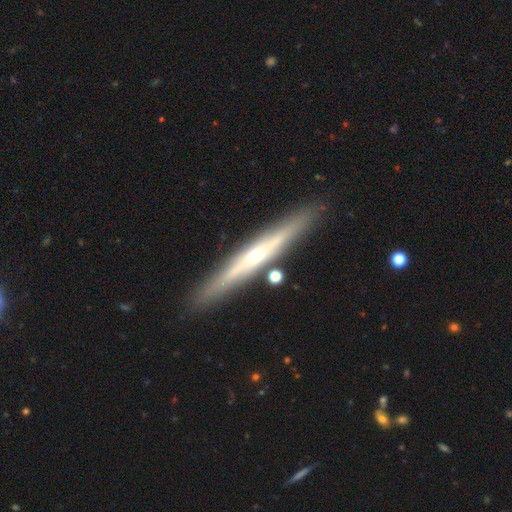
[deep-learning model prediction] smooth-or-featured: featured or disk: 69% | smooth: 24% | star or artifact: 6%
  disk-edge-on: yes: 93% | no: 7%
    edge-on-bulge: rounded: 72% | none: 24% | boxy: 3%
  merging: none: 87% | minor disturbance: 8% | merger: 3% | major disturbance: 2%